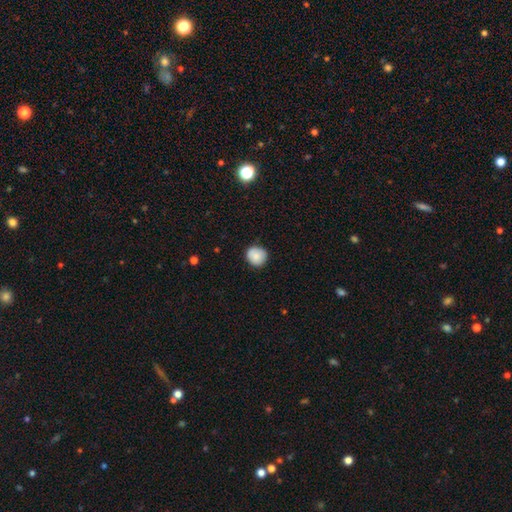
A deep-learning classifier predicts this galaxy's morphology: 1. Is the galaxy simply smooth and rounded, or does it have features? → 85% smooth, 8% star or artifact, 7% featured or disk.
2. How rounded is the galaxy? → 90% round, 9% in between, 1% cigar-shaped.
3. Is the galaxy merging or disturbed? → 86% none, 11% minor disturbance, 2% major disturbance, 1% merger.